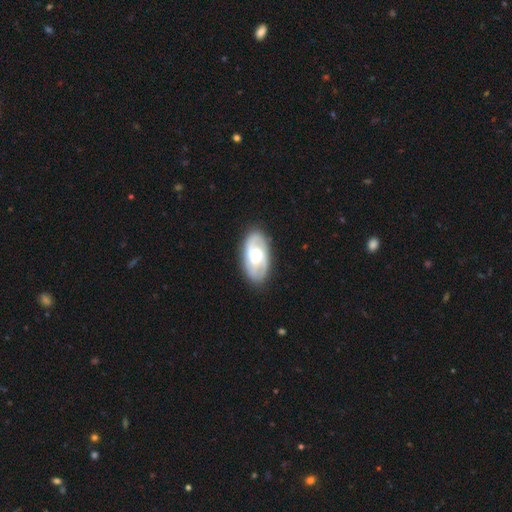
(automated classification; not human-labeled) featured or disk 77%, smooth 18%, star or artifact 5%. Down the decision tree: edge-on disk — no (95%); bar — no (45%); spiral arms — yes (92%); spiral arm count — 2 (77%); spiral winding — medium (45%); bulge size — moderate (58%); merging — none (86%).